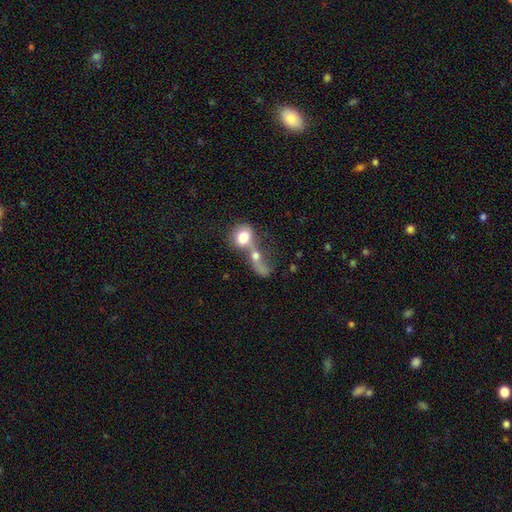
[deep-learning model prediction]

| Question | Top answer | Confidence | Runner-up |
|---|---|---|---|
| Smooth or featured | smooth | 61% | featured or disk (26%) |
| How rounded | round | 52% | in between (42%) |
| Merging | merger | 68% | none (15%) |